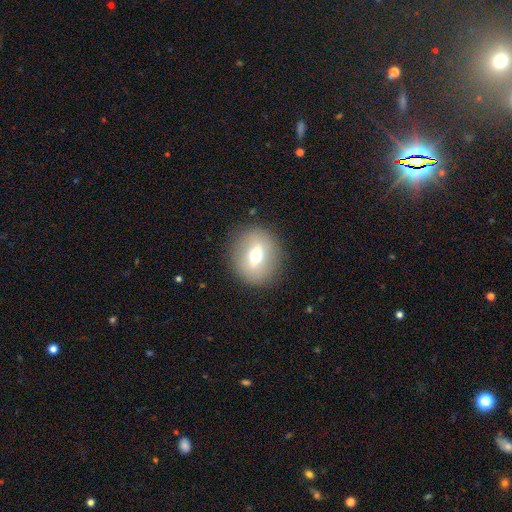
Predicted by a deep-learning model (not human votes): A smooth galaxy with no disk features (52%) that is round (78%). Merging: none (87%).